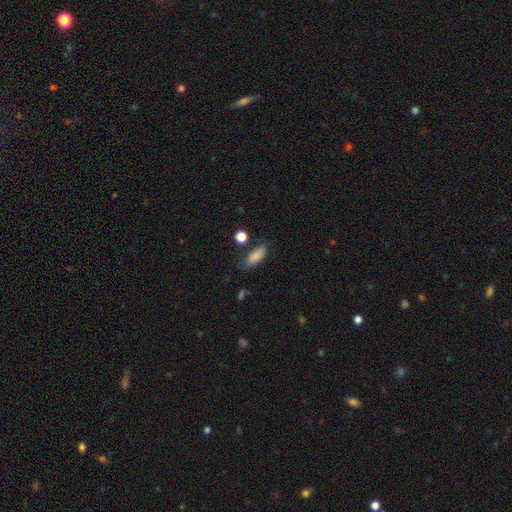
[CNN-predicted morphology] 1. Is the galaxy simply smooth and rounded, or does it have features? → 84% smooth, 9% star or artifact, 7% featured or disk.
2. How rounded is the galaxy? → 79% in between, 17% cigar-shaped, 4% round.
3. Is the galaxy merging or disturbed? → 60% none, 26% minor disturbance, 9% major disturbance, 5% merger.